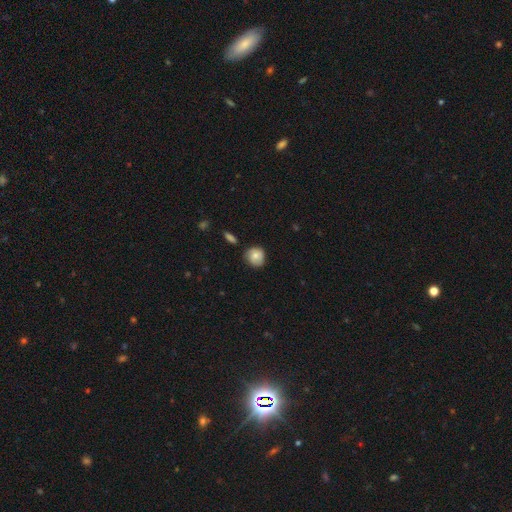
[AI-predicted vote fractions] smooth_or_featured: smooth (p=0.76) [alt: featured or disk p=0.16]
how_rounded: round (p=0.83) [alt: in between p=0.16]
merging: none (p=0.71) [alt: minor disturbance p=0.22]